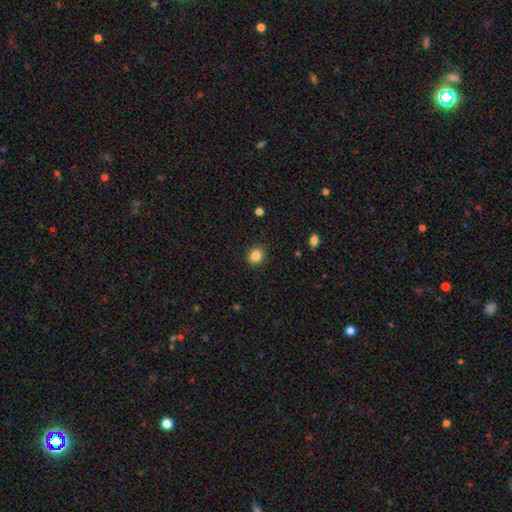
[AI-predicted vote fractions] The model was most divided on "how rounded": round: 73%, in between: 26%, cigar-shaped: 1%. More confident: merging — none (89%); smooth or featured — smooth (85%).